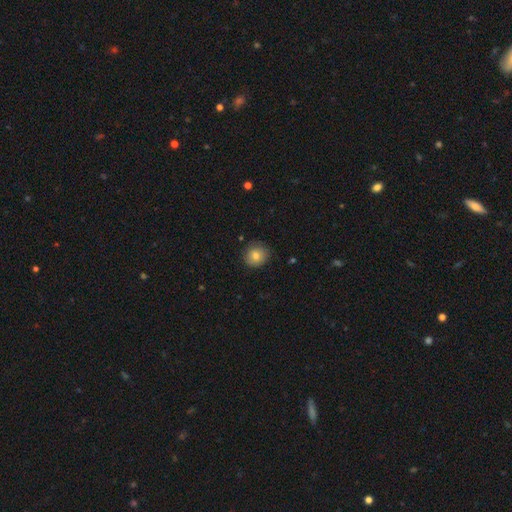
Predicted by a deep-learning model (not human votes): smooth 80%, featured or disk 11%, star or artifact 9%. Down the decision tree: how rounded — round (86%); merging — none (84%).